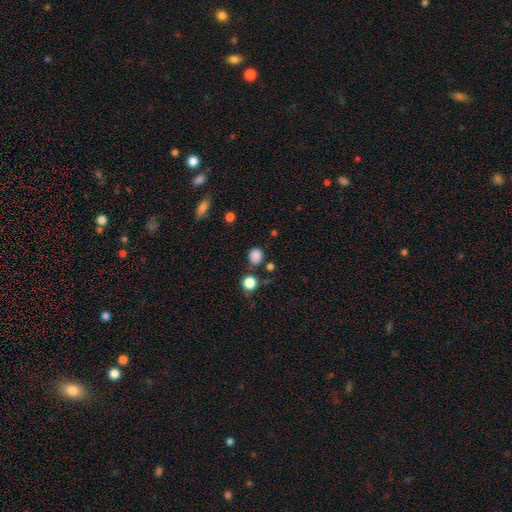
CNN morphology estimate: Overall: smooth (84%). How rounded: round (77%). Merging: none (80%).